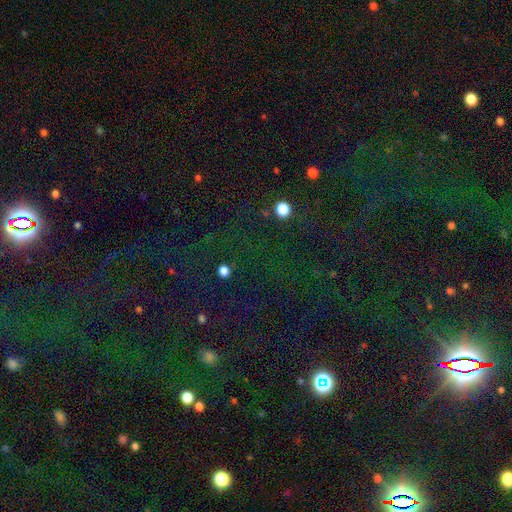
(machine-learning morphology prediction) Smooth or featured?
  - star or artifact: 76% *
  - smooth: 15%
  - featured or disk: 9%